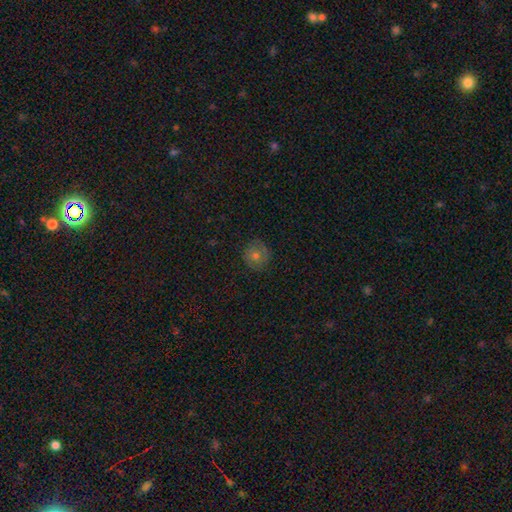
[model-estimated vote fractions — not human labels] This appears to be a smooth galaxy with no disk features (56%) that is round (90%). Merging: none (83%).